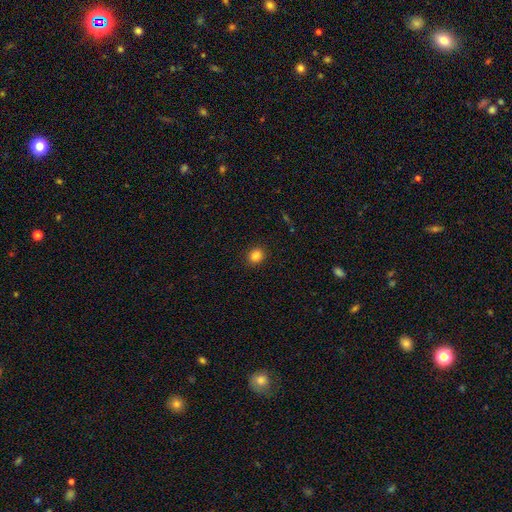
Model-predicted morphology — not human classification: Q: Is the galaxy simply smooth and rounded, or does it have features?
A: smooth — 85%.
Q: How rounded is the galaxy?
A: round — 77%.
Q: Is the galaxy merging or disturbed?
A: none — 91%.